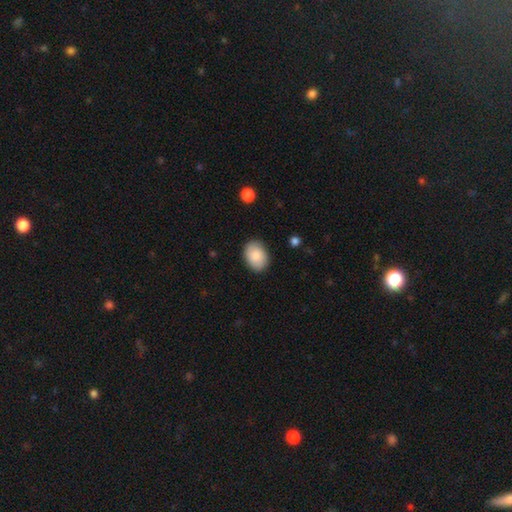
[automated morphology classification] type=smooth (83%); roundness=in between (74%); merging=none (84%).